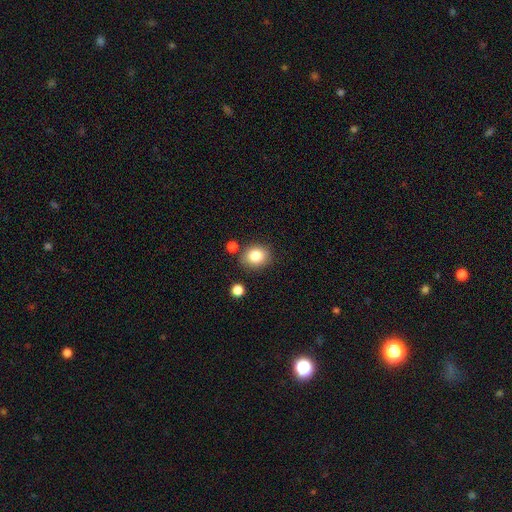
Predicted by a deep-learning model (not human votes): Overall: smooth (83%). How rounded: round (68%; in between 32%). Merging: none (79%).